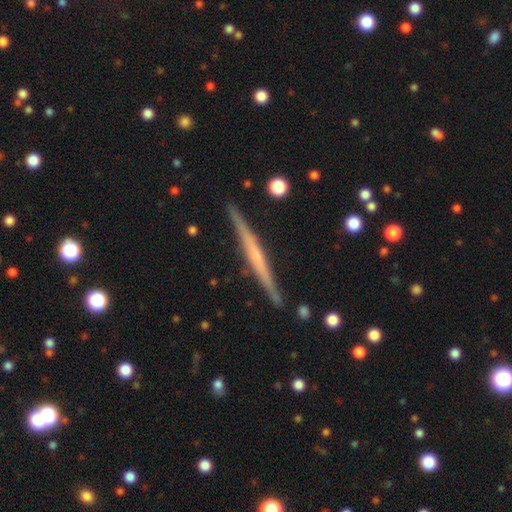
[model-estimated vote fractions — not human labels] The model was most divided on "edge-on bulge": none: 61%, rounded: 27%, boxy: 12%. More confident: edge-on disk — yes (98%); merging — none (90%); smooth or featured — featured or disk (68%).